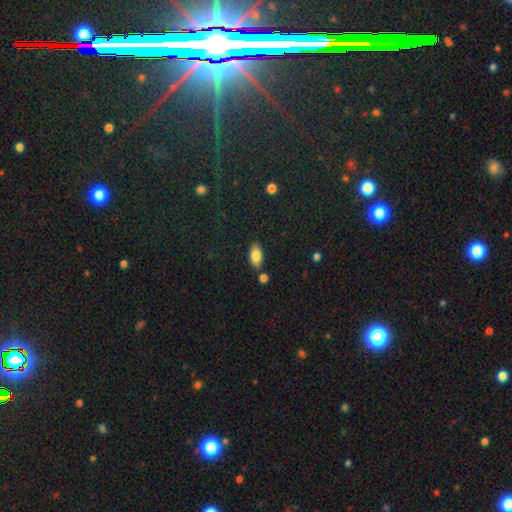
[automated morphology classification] This is clearly a smooth galaxy (84%). How rounded: clearly in between (92%). Merging: likely none (78%).